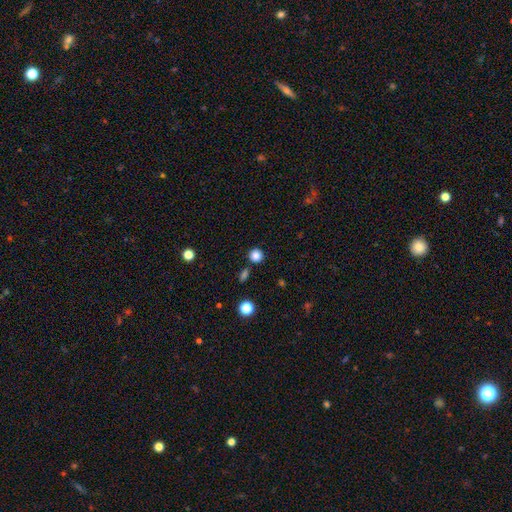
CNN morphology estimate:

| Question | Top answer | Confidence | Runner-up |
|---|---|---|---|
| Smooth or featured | smooth | 85% | star or artifact (11%) |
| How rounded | round | 93% | in between (6%) |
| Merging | none | 83% | minor disturbance (8%) |